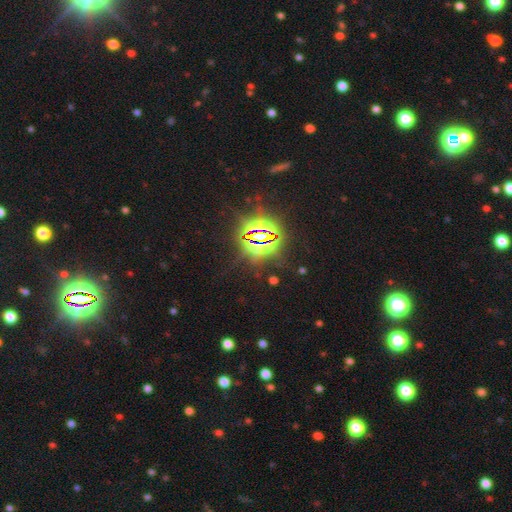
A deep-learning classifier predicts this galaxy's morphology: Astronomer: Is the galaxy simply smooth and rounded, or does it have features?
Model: star or artifact — 85%.